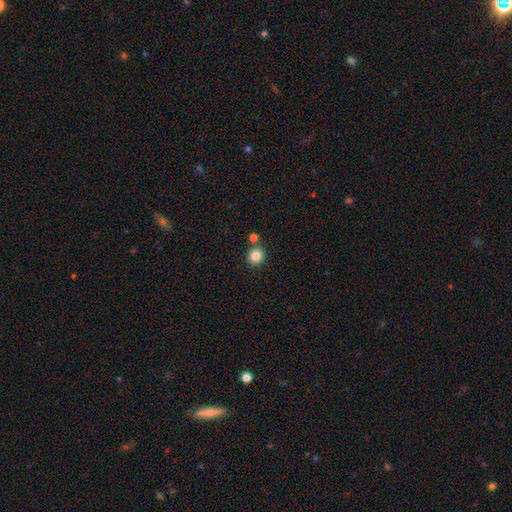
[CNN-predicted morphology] smooth-or-featured: smooth: 84% | star or artifact: 11% | featured or disk: 5%
  how-rounded: round: 87% | in between: 12% | cigar-shaped: 1%
  merging: none: 79% | merger: 11% | minor disturbance: 8% | major disturbance: 2%